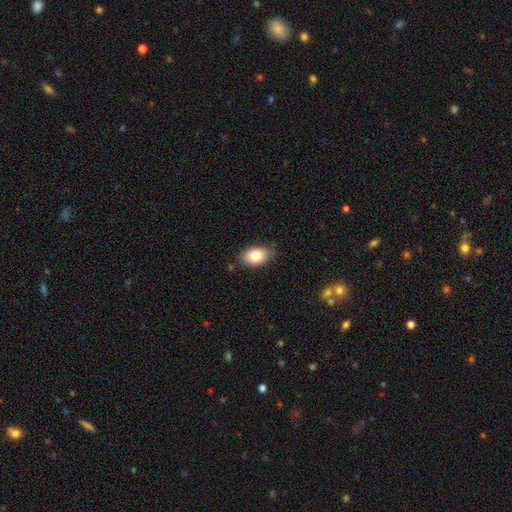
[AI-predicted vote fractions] A smooth galaxy with no disk features (81%) that is in between round and cigar-shaped (88%). Merging: none (75%).